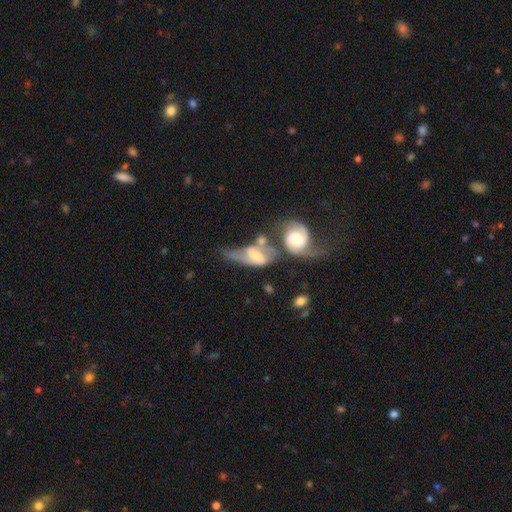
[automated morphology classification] smooth-or-featured: featured or disk: 69% | smooth: 24% | star or artifact: 7%
  disk-edge-on: no: 92% | yes: 8%
    bar: weak: 45% | no: 33% | strong: 22%
    has-spiral-arms: yes: 82% | no: 18%
      spiral-winding: loose: 47% | medium: 36% | tight: 18%
      spiral-arm-count: 2: 71% | can't tell: 13% | 1: 12% | 3: 2% | 4: 1% | more than 4: 1%
    bulge-size: moderate: 46% | small: 37% | large: 8% | none: 7% | dominant: 2%
  merging: merger: 52% | major disturbance: 21% | none: 15% | minor disturbance: 12%